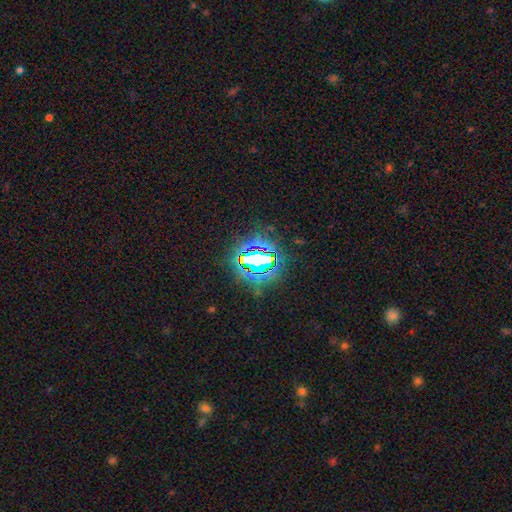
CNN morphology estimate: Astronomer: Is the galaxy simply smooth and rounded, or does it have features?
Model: star or artifact — 80%.